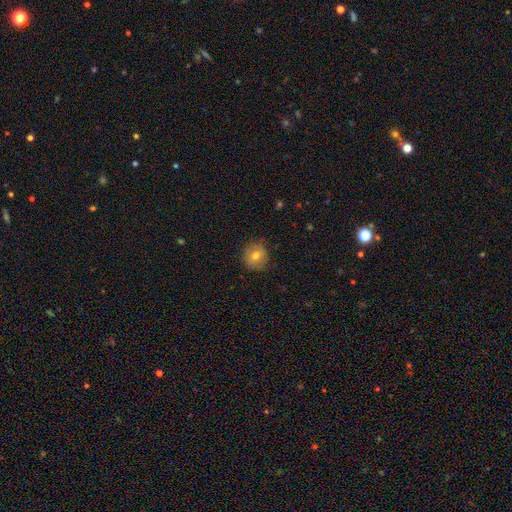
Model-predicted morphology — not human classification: A smooth galaxy with no disk features (68%) that is round (87%).

Vote fractions:
- Smooth or featured? smooth: 68% / featured or disk: 22% / star or artifact: 10%
- How rounded? round: 87% / in between: 12% / cigar-shaped: 1%
- Merging? none: 83% / minor disturbance: 13% / major disturbance: 3% / merger: 1%